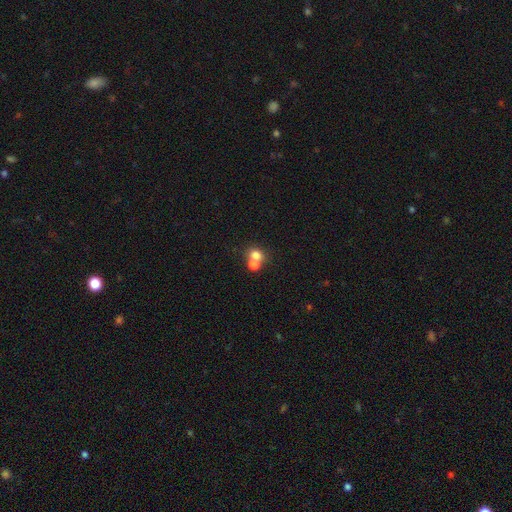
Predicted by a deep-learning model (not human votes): smooth-or-featured: smooth: 75% | star or artifact: 13% | featured or disk: 13%
  how-rounded: round: 68% | in between: 31% | cigar-shaped: 1%
  merging: merger: 54% | none: 37% | minor disturbance: 6% | major disturbance: 3%